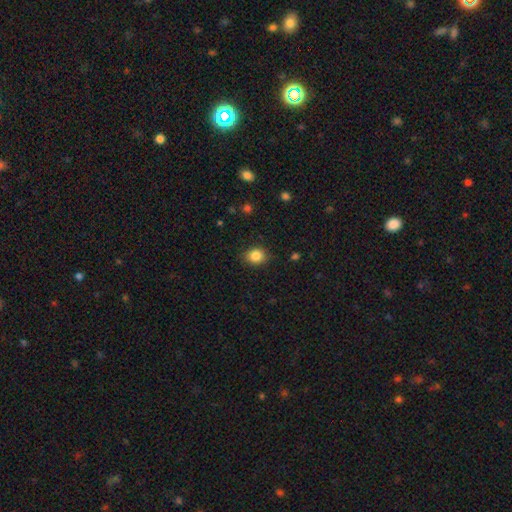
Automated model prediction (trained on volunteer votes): A smooth galaxy with no disk features (85%) that is round (59%).

Vote fractions:
- Smooth or featured? smooth: 85% / star or artifact: 10% / featured or disk: 5%
- How rounded? round: 59% / in between: 40% / cigar-shaped: 1%
- Merging? none: 85% / minor disturbance: 11% / major disturbance: 3% / merger: 1%